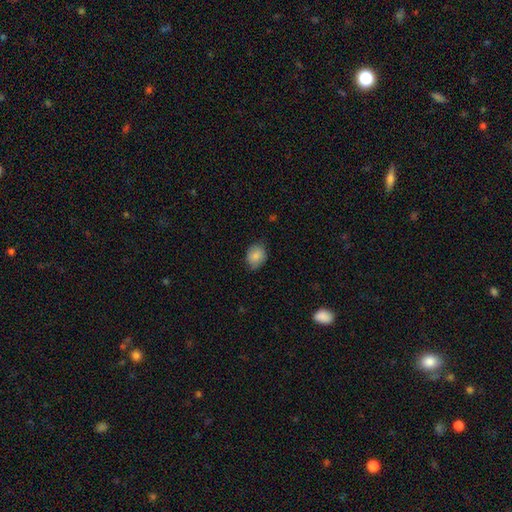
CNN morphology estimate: A smooth galaxy with no disk features (86%) that is in between round and cigar-shaped (51%).

Vote fractions:
- Smooth or featured? smooth: 86% / star or artifact: 8% / featured or disk: 6%
- How rounded? in between: 51% / round: 48% / cigar-shaped: 1%
- Merging? none: 78% / minor disturbance: 18% / major disturbance: 3% / merger: 1%